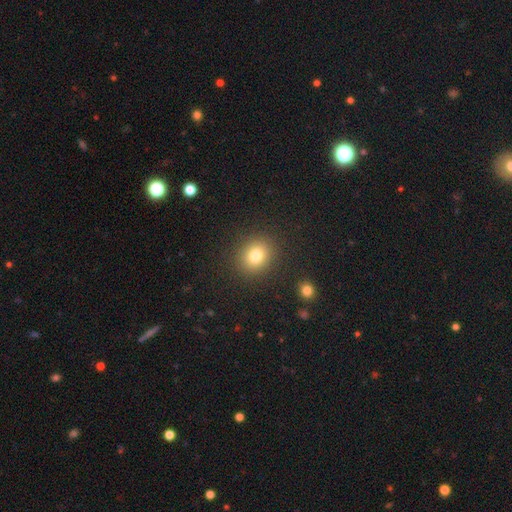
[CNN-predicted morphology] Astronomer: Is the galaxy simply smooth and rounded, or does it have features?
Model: smooth — 79%.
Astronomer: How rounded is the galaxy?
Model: round — 72%.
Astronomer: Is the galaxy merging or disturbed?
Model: none — 88%.